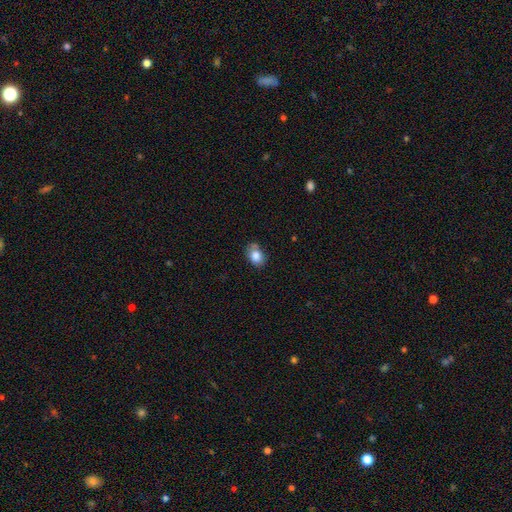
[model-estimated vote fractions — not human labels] smooth-or-featured: smooth: 83% | star or artifact: 9% | featured or disk: 8%
  how-rounded: in between: 73% | round: 26% | cigar-shaped: 1%
  merging: none: 64% | minor disturbance: 26% | major disturbance: 5% | merger: 5%